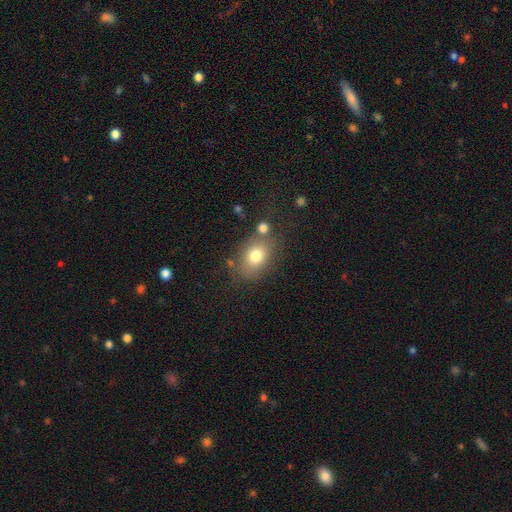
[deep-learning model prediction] Smooth or featured? Predicted: smooth (p=0.76). How rounded? Predicted: in between (p=0.68). Merging? Predicted: none (p=0.67).